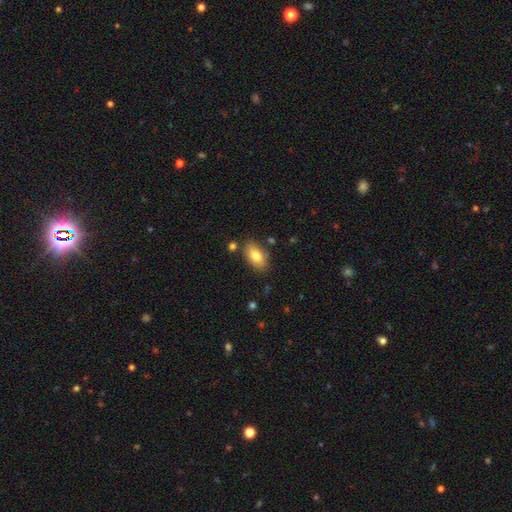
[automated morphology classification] smooth-or-featured: smooth: 79% | featured or disk: 14% | star or artifact: 7%
  how-rounded: in between: 92% | round: 5% | cigar-shaped: 3%
  merging: none: 80% | minor disturbance: 12% | merger: 4% | major disturbance: 3%